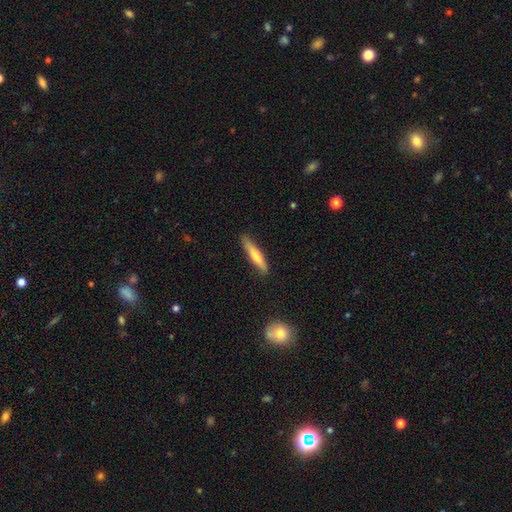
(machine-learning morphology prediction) Smooth or featured? smooth (60%)
How rounded? cigar-shaped (89%)
Merging? none (87%)